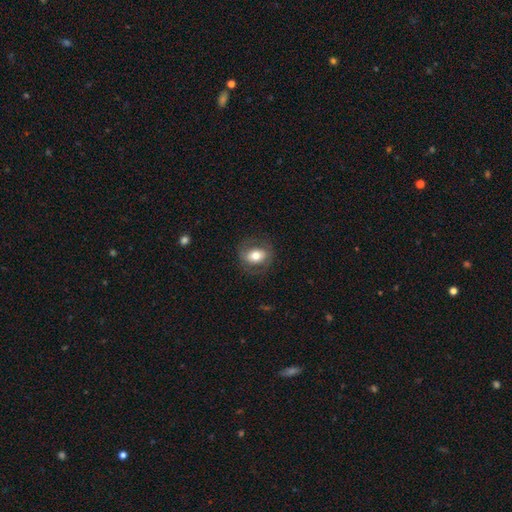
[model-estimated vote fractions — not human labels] Smooth or featured? Predicted: smooth (p=0.59). How rounded? Predicted: in between (p=0.61). Merging? Predicted: none (p=0.74).